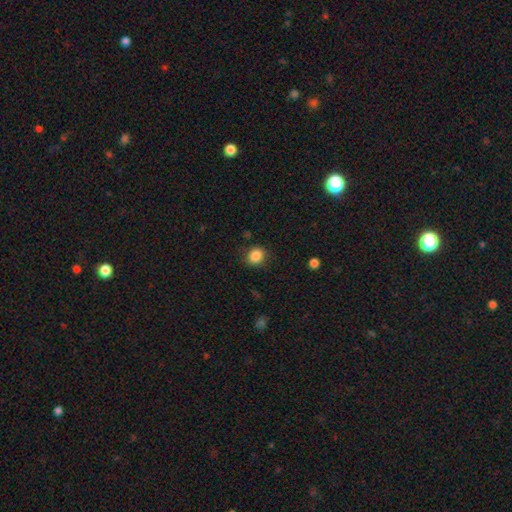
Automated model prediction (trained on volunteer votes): Overall: smooth (86%). How rounded: round (78%). Merging: none (86%).